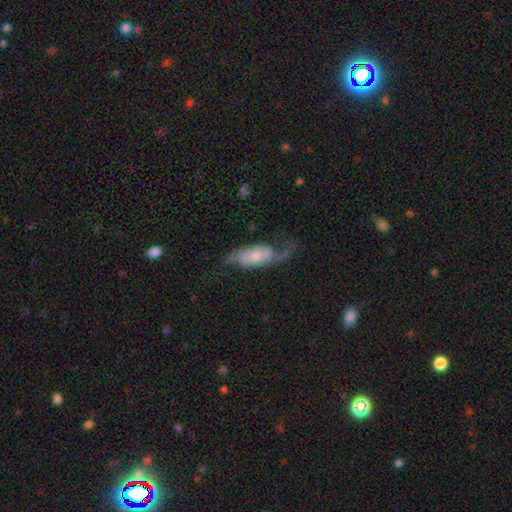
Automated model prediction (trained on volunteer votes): This appears to be a featured or disk galaxy (74%) with no bar (58%), 2 (85%) loose (58%) spiral arms (92%) and a moderate central bulge (46%). Merging: none (53%).